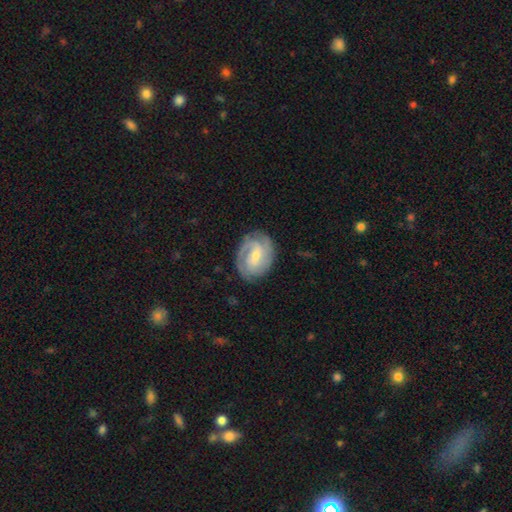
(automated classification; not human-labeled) Smooth or featured: featured or disk — 83% (smooth — 12%)
Edge-on disk: no — 97% (yes — 3%)
Bar: weak — 49% (no — 32%)
Spiral arms: yes — 95% (no — 5%)
Spiral winding: tight — 58% (medium — 34%)
Spiral arm count: 2 — 48% (3 — 23%)
Bulge size: small — 57% (moderate — 39%)
Merging: none — 80% (minor disturbance — 15%)